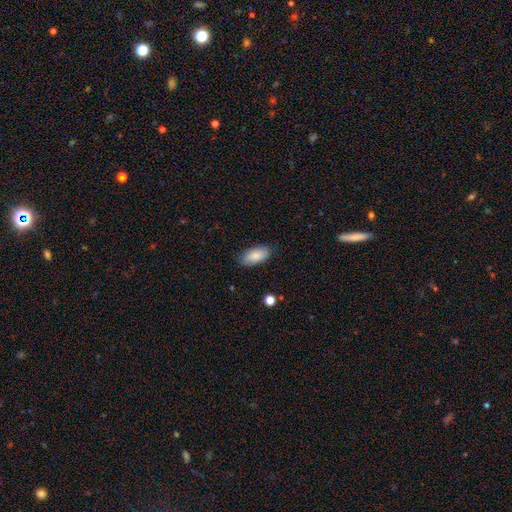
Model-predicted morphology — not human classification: Q: Smooth or featured?
A: smooth (87%); runner-up: star or artifact (7%)
Q: How rounded?
A: in between (92%); runner-up: cigar-shaped (6%)
Q: Merging?
A: none (85%); runner-up: minor disturbance (11%)